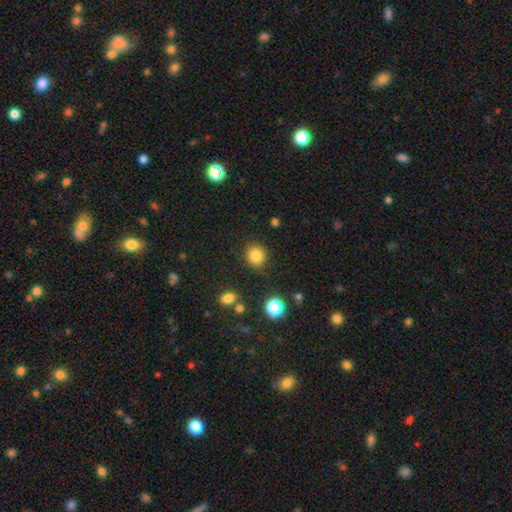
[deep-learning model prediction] Smooth or featured: smooth — 84% (star or artifact — 12%)
How rounded: round — 85% (in between — 14%)
Merging: none — 84% (minor disturbance — 10%)